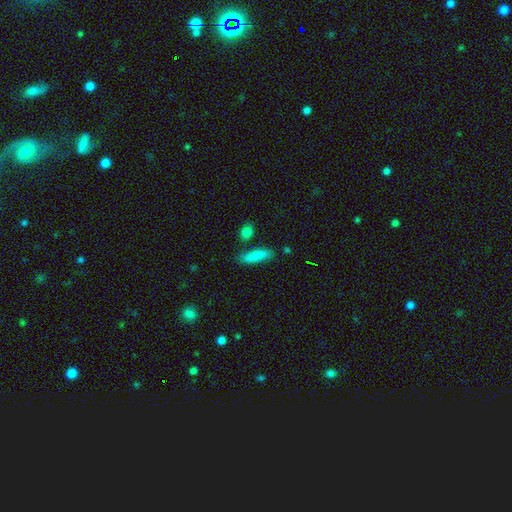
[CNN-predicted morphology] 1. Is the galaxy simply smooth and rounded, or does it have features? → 83% smooth, 10% featured or disk, 7% star or artifact.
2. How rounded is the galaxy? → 67% cigar-shaped, 31% in between, 2% round.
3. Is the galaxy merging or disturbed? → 78% none, 14% minor disturbance, 5% merger, 3% major disturbance.